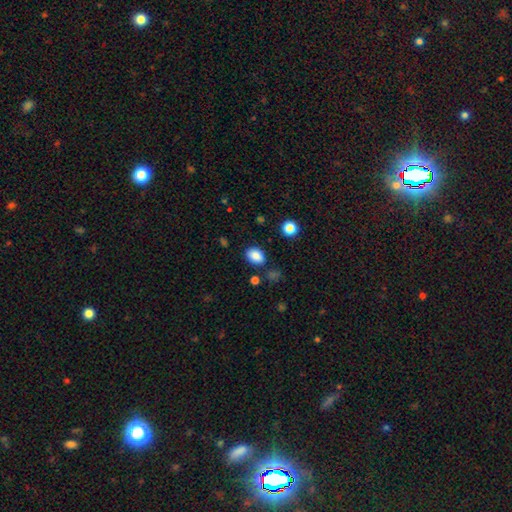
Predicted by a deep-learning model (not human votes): Smooth or featured? smooth (85%)
How rounded? in between (76%)
Merging? none (82%)